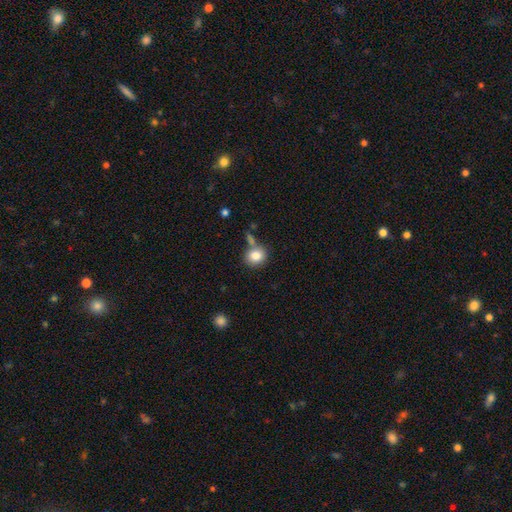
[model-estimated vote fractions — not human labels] Smooth or featured? Predicted: smooth (p=0.83). How rounded? Predicted: round (p=0.70). Merging? Predicted: none (p=0.62).